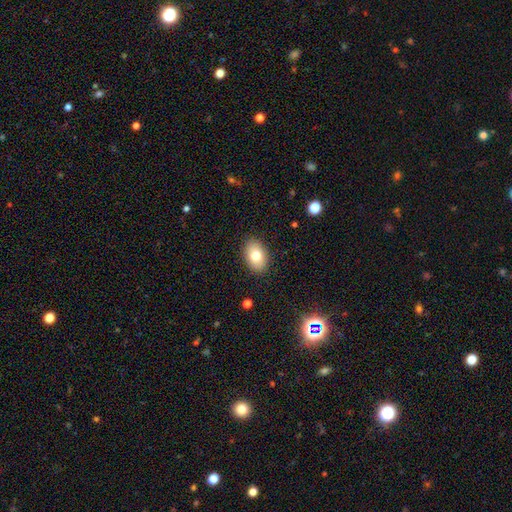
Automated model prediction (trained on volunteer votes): Smooth or featured? Predicted: smooth (p=0.78). How rounded? Predicted: in between (p=0.84). Merging? Predicted: none (p=0.88).